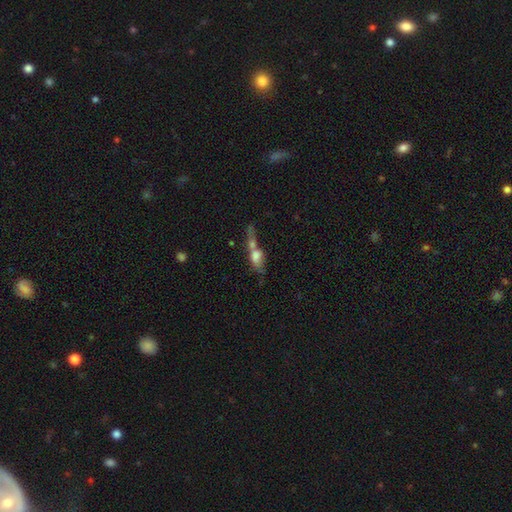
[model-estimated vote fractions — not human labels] Smooth or featured: smooth — 54% (featured or disk — 34%)
How rounded: in between — 55% (cigar-shaped — 29%)
Merging: merger — 58% (none — 19%)